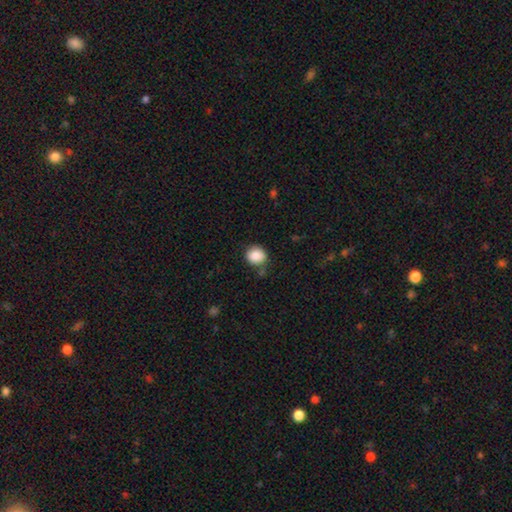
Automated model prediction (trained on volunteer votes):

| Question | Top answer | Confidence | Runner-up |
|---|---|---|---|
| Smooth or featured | smooth | 87% | star or artifact (9%) |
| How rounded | round | 80% | in between (19%) |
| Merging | none | 78% | minor disturbance (13%) |